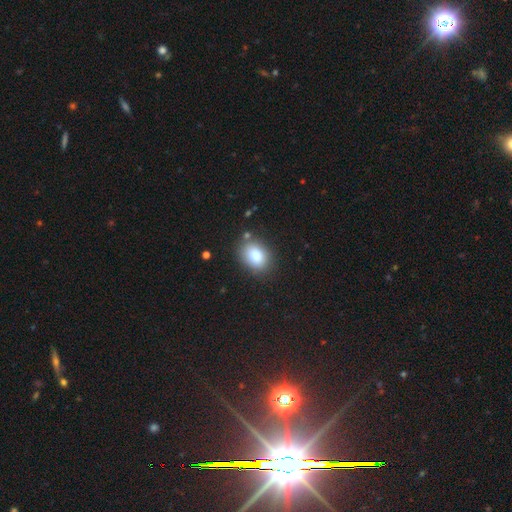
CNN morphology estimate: smooth 84%, star or artifact 9%, featured or disk 8%. Down the decision tree: how rounded — in between (76%); merging — none (82%).